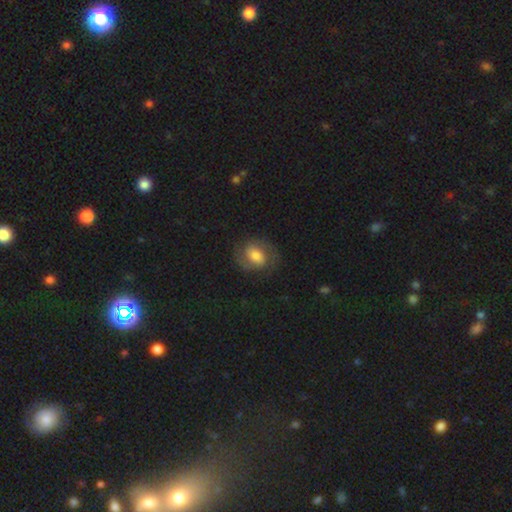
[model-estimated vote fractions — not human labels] Q: Smooth or featured?
A: featured or disk (53%); runner-up: smooth (38%)
Q: Edge-on disk?
A: no (97%); runner-up: yes (3%)
Q: Bar?
A: no (43%); runner-up: weak (39%)
Q: Spiral arms?
A: yes (81%); runner-up: no (19%)
Q: Bulge size?
A: moderate (47%); runner-up: large (30%)
Q: Merging?
A: none (74%); runner-up: minor disturbance (15%)